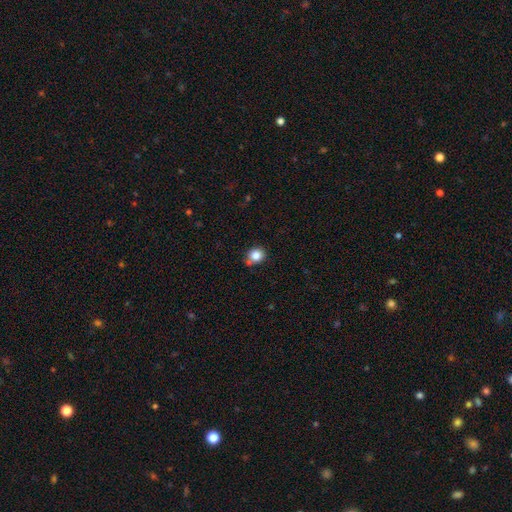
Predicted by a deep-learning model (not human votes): A smooth galaxy with no disk features (83%) that is round (77%).

Vote fractions:
- Smooth or featured? smooth: 83% / star or artifact: 10% / featured or disk: 6%
- How rounded? round: 77% / in between: 22% / cigar-shaped: 1%
- Merging? none: 70% / minor disturbance: 17% / merger: 9% / major disturbance: 4%